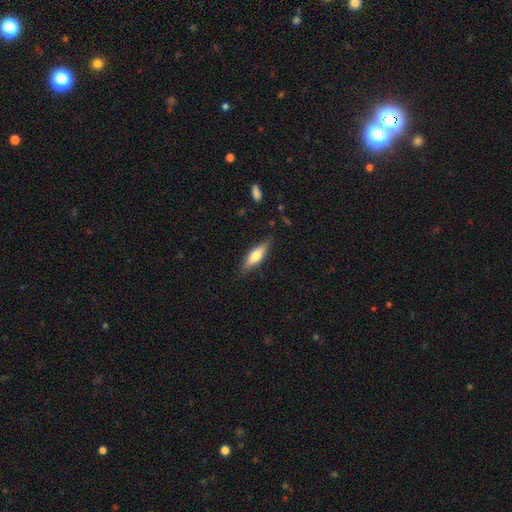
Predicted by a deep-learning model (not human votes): smooth 56%, featured or disk 38%, star or artifact 6%. Down the decision tree: how rounded — cigar-shaped (55%); merging — none (82%).